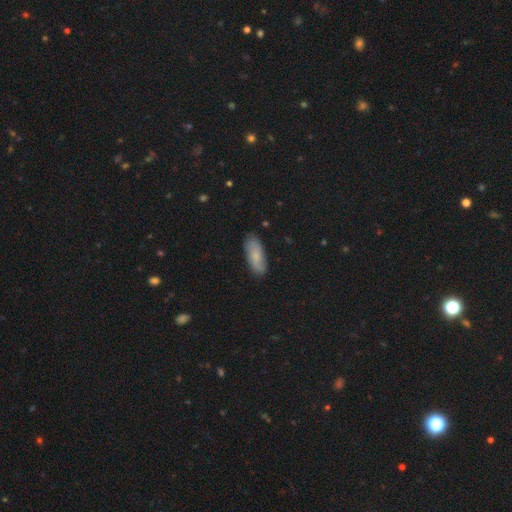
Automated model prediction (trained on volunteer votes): This appears to be a smooth galaxy with no disk features (70%) that is in between round and cigar-shaped (76%). Merging: none (84%).